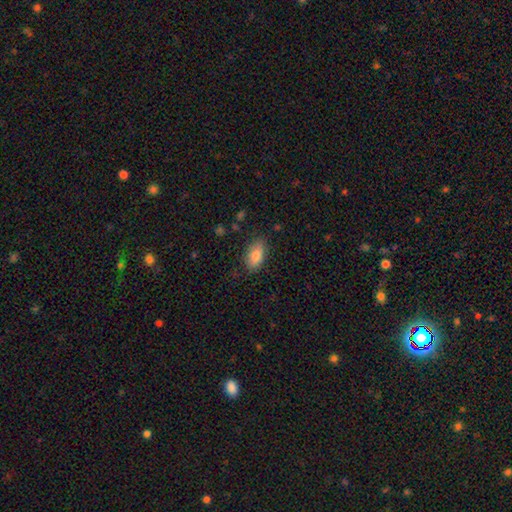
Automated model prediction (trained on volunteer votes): Smooth or featured? Predicted: smooth (p=0.82). How rounded? Predicted: in between (p=0.90). Merging? Predicted: none (p=0.79).